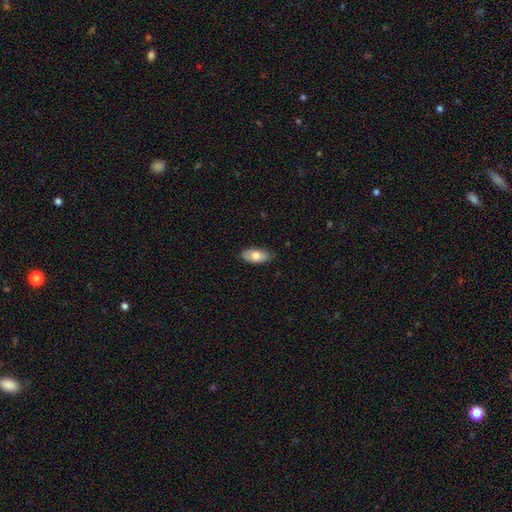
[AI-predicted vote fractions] Smooth or featured: smooth — 75% (featured or disk — 19%)
How rounded: in between — 92% (cigar-shaped — 5%)
Merging: none — 80% (minor disturbance — 16%)